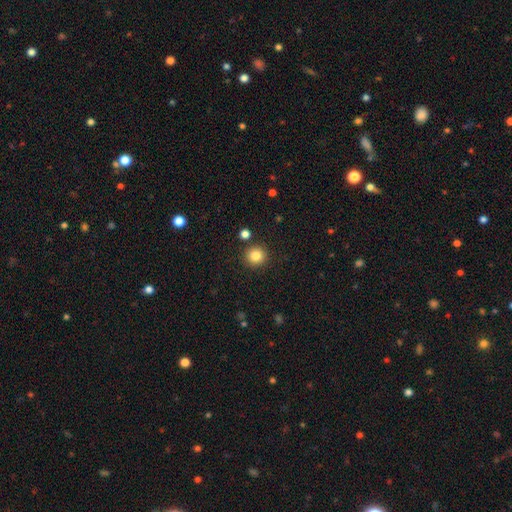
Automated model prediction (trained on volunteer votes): Smooth or featured? smooth (84%)
How rounded? round (93%)
Merging? none (88%)